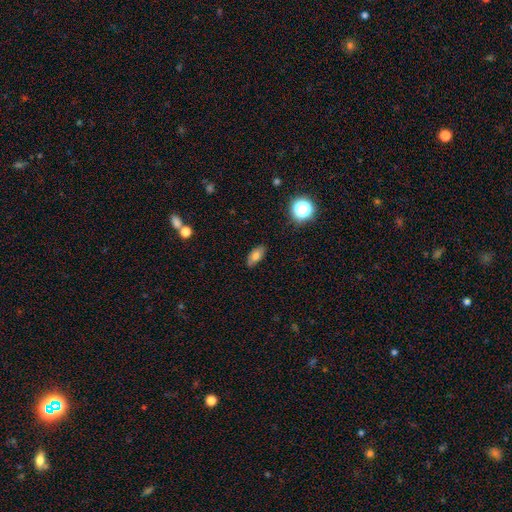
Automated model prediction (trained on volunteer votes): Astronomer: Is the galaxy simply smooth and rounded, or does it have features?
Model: smooth — 72%.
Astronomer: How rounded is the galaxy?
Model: in between — 88%.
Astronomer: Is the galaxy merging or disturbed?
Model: none — 79%.